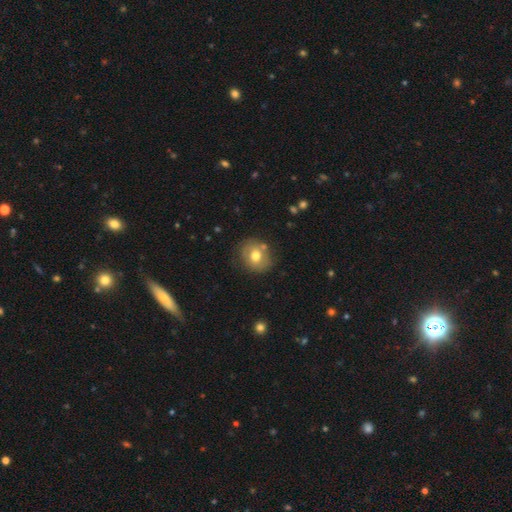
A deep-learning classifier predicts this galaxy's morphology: smooth-or-featured: smooth: 69% | featured or disk: 22% | star or artifact: 9%
  how-rounded: round: 70% | in between: 30% | cigar-shaped: 1%
  merging: none: 76% | minor disturbance: 14% | merger: 5% | major disturbance: 4%